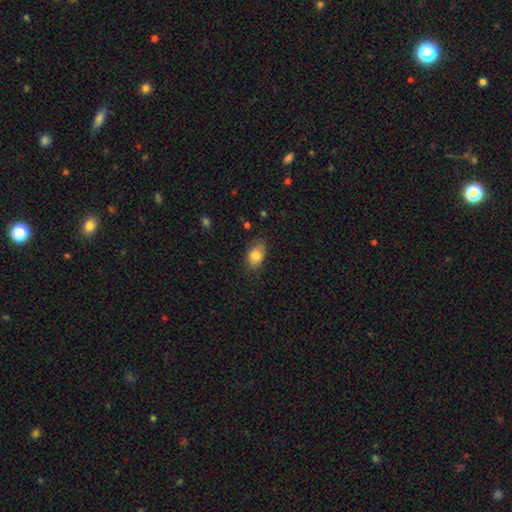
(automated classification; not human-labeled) Q: Smooth or featured?
A: smooth (83%); runner-up: featured or disk (9%)
Q: How rounded?
A: in between (84%); runner-up: round (15%)
Q: Merging?
A: none (73%); runner-up: minor disturbance (21%)